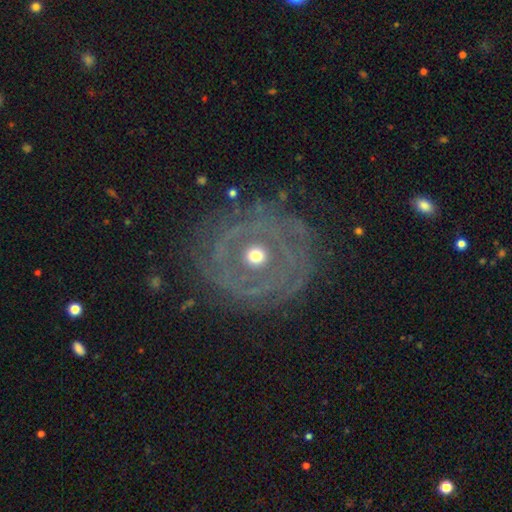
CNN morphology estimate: type=featured or disk (74%); edge-on=no (96%); bar=no (85%); spiral arms=yes (58%); bulge=moderate (56%); merging=none (74%).